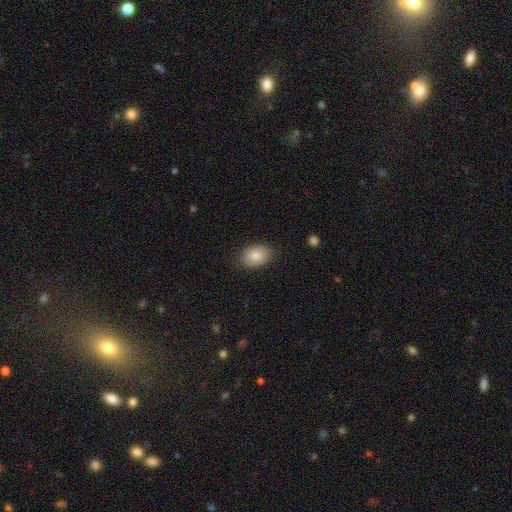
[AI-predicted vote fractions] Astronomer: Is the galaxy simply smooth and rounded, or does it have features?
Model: smooth — 84%.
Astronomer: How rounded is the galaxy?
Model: in between — 81%.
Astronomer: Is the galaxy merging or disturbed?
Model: none — 85%.